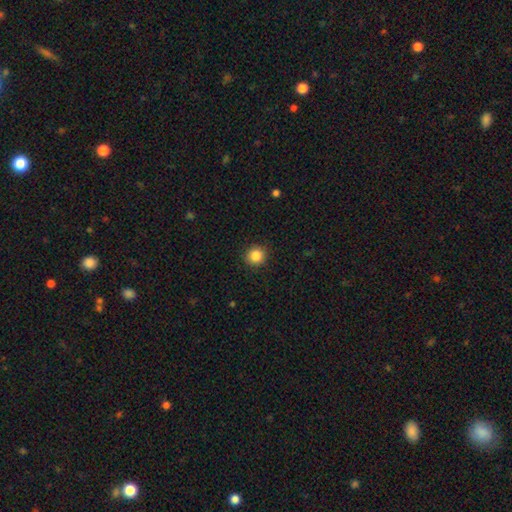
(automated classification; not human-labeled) Smooth or featured: smooth — 86% (star or artifact — 10%)
How rounded: round — 92% (in between — 7%)
Merging: none — 91% (minor disturbance — 6%)